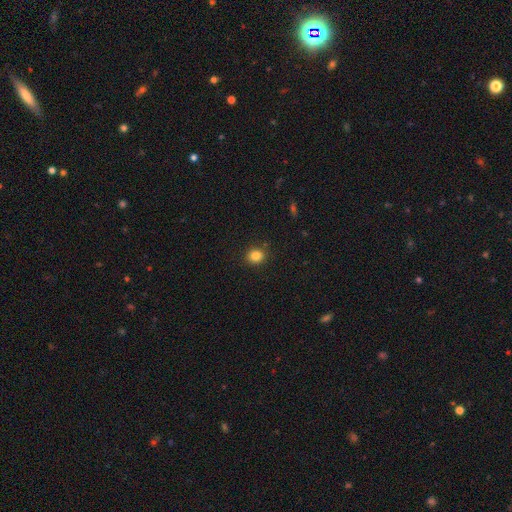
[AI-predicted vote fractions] Smooth or featured: smooth — 83% (star or artifact — 12%)
How rounded: round — 82% (in between — 17%)
Merging: none — 89% (minor disturbance — 8%)